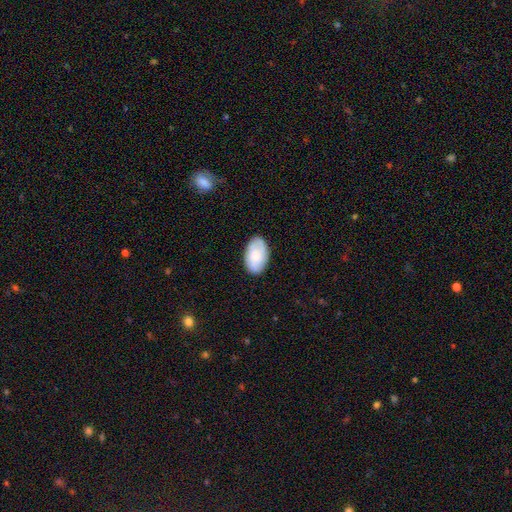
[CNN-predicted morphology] smooth 68%, featured or disk 26%, star or artifact 6%. Down the decision tree: how rounded — in between (93%); merging — none (84%).